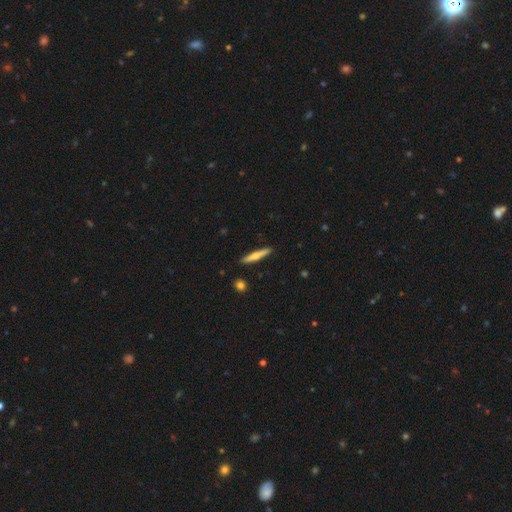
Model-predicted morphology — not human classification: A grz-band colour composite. It shows a smooth galaxy with no disk features (49%). Merging: none (90%).